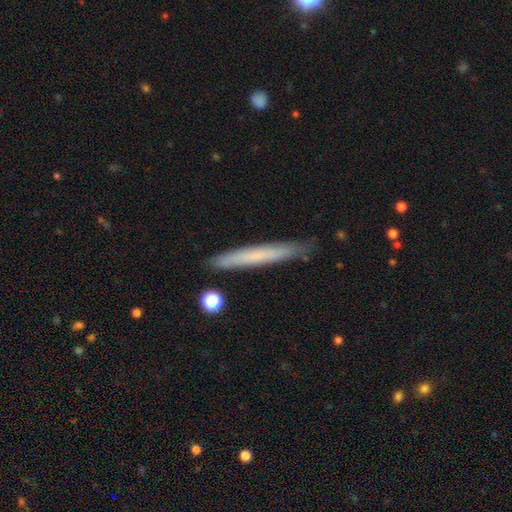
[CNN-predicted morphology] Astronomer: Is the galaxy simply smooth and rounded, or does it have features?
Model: smooth — 62%.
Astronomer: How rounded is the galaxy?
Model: cigar-shaped — 96%.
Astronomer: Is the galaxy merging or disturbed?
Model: none — 88%.